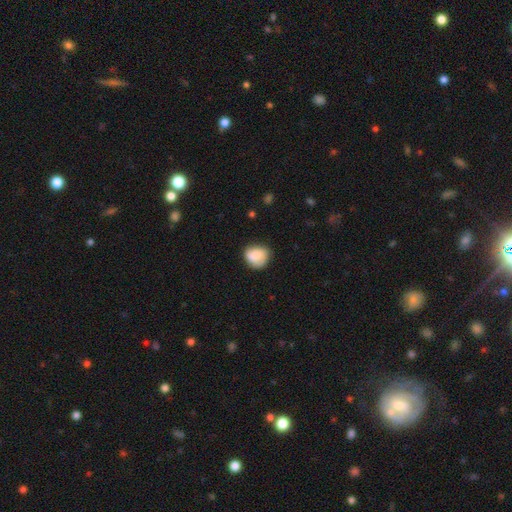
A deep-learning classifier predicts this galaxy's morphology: A smooth galaxy with no disk features (76%) that is round (73%).

Vote fractions:
- Smooth or featured? smooth: 76% / featured or disk: 17% / star or artifact: 8%
- How rounded? round: 73% / in between: 27% / cigar-shaped: 1%
- Merging? none: 61% / minor disturbance: 28% / major disturbance: 8% / merger: 3%